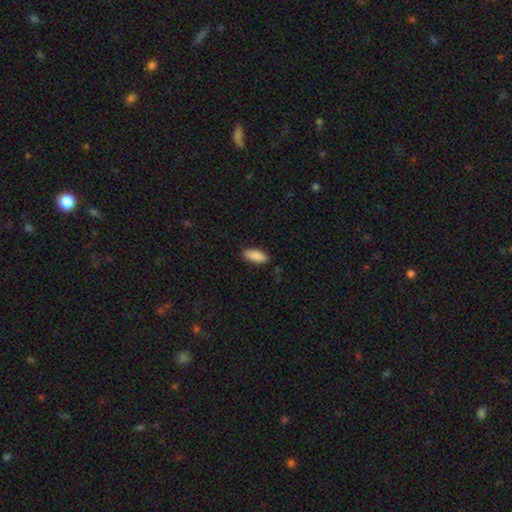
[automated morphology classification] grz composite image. It shows a smooth galaxy with no disk features (89%) that is in between round and cigar-shaped (78%). Merging: none (87%).